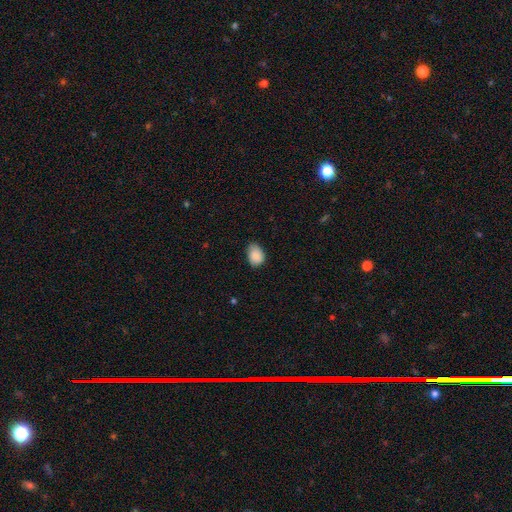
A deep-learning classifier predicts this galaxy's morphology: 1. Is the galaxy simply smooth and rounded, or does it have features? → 88% smooth, 7% star or artifact, 4% featured or disk.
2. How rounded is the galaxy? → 77% in between, 22% round, 1% cigar-shaped.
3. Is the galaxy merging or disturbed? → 66% none, 29% minor disturbance, 4% major disturbance, 1% merger.